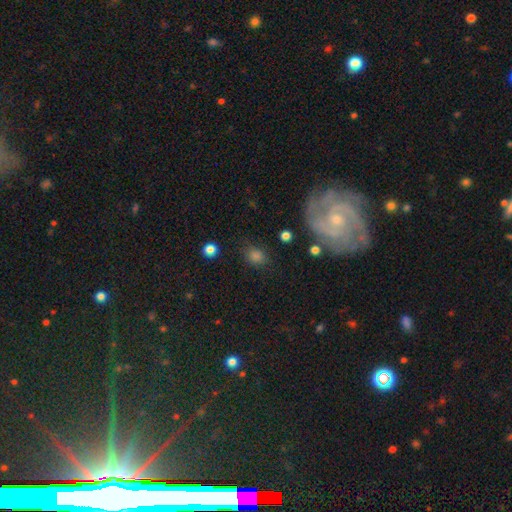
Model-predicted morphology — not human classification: smooth_or_featured: smooth (p=0.64) [alt: featured or disk p=0.21]
how_rounded: round (p=0.65) [alt: in between p=0.34]
merging: none (p=0.77) [alt: minor disturbance p=0.13]